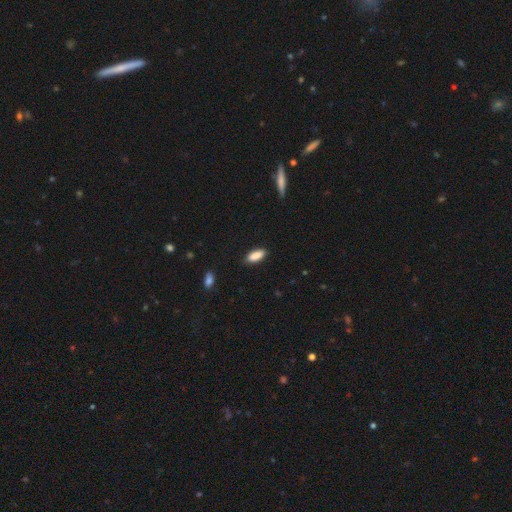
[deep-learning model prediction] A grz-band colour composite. It shows a smooth galaxy with no disk features (89%) that is in between round and cigar-shaped (82%). Merging: none (84%).